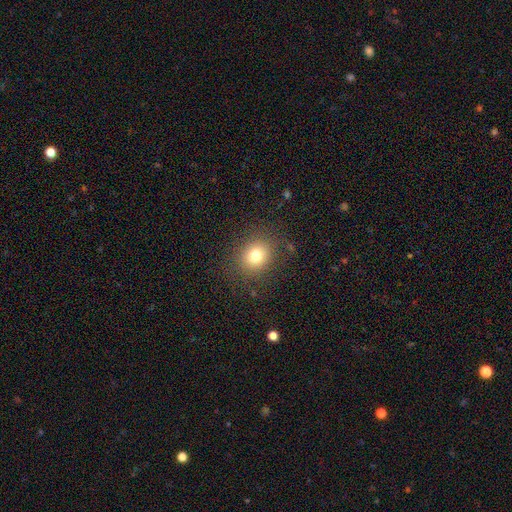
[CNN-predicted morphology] The model was most divided on "how rounded": round: 76%, in between: 23%, cigar-shaped: 1%. More confident: merging — none (85%); smooth or featured — smooth (77%).